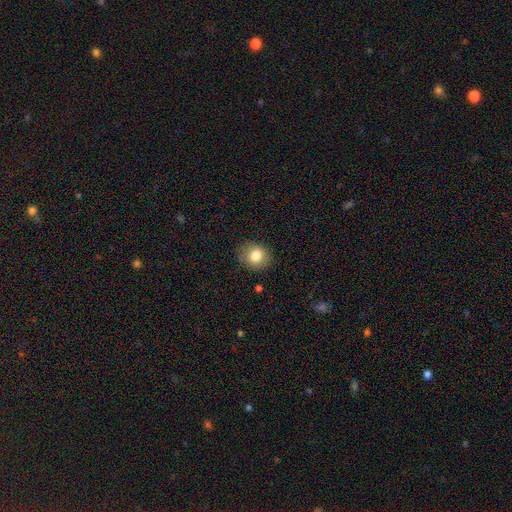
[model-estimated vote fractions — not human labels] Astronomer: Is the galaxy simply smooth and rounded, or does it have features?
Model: smooth — 81%.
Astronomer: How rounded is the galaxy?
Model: round — 67%.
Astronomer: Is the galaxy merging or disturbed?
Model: none — 84%.